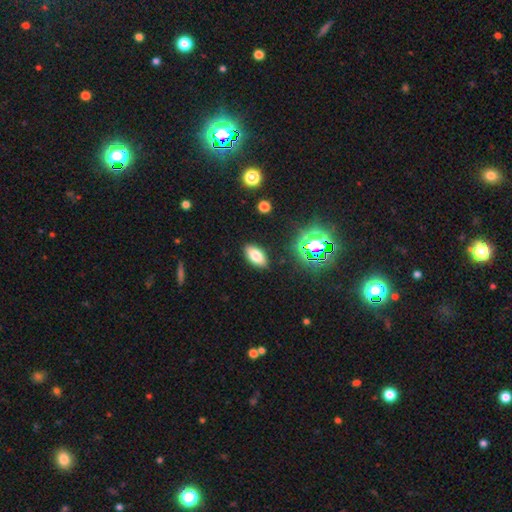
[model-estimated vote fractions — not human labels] Smooth or featured?
  - smooth: 75% *
  - star or artifact: 15%
  - featured or disk: 11%
How rounded?
  - in between: 89% *
  - cigar-shaped: 6%
  - round: 5%
Merging?
  - none: 88% *
  - minor disturbance: 8%
  - major disturbance: 2%
  - merger: 1%